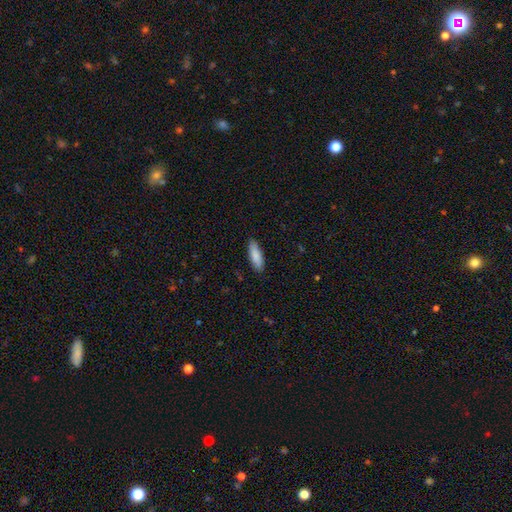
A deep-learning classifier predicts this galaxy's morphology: type=smooth (87%); roundness=in between (56%); merging=none (87%).